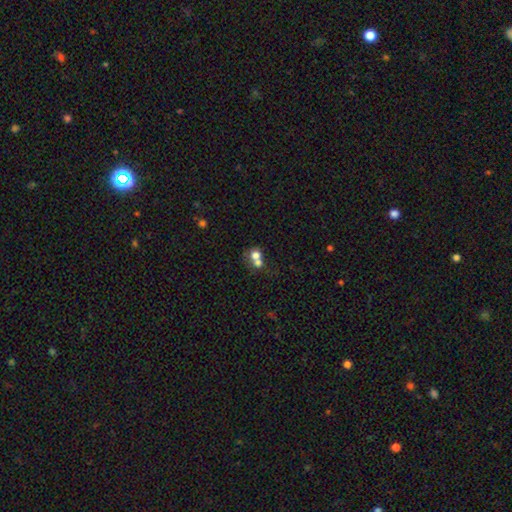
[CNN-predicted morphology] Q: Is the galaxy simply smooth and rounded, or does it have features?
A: smooth — 70%.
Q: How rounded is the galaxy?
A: round — 73%.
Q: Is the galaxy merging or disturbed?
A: merger — 62%.